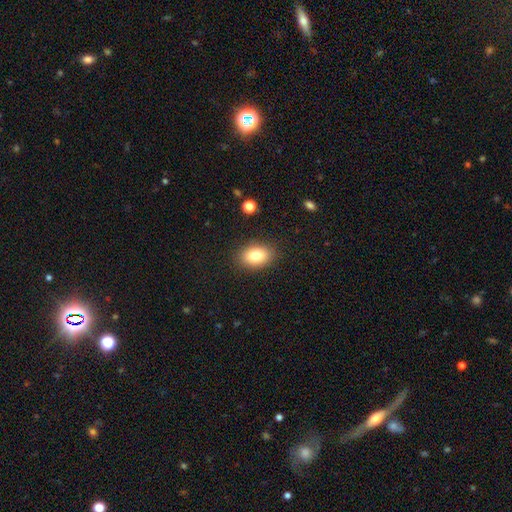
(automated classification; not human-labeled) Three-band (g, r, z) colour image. It shows a smooth galaxy with no disk features (83%) that is in between round and cigar-shaped (84%). Merging: none (86%).